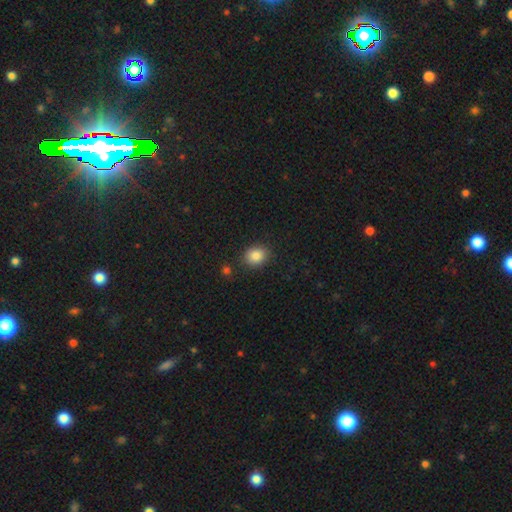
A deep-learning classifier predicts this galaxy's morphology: smooth-or-featured: smooth: 86% | star or artifact: 9% | featured or disk: 5%
  how-rounded: round: 62% | in between: 37% | cigar-shaped: 1%
  merging: none: 84% | minor disturbance: 10% | major disturbance: 3% | merger: 3%